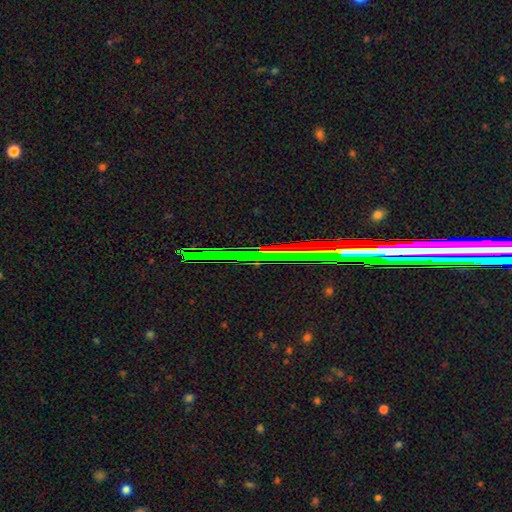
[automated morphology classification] Smooth or featured? star or artifact (72%)